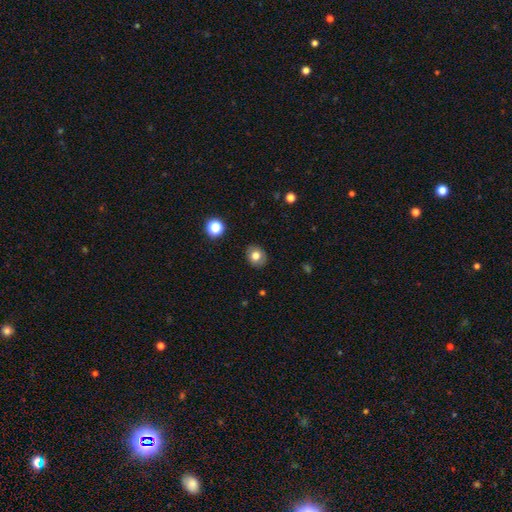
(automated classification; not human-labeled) Smooth or featured? Predicted: smooth (p=0.79). How rounded? Predicted: round (p=0.70). Merging? Predicted: none (p=0.88).